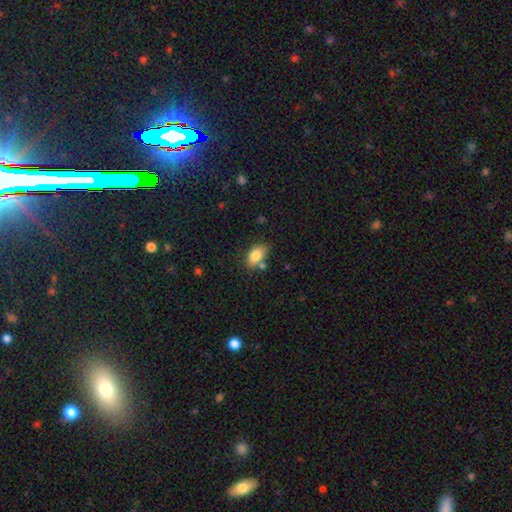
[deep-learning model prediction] This appears to be a smooth galaxy with no disk features (82%) that is in between round and cigar-shaped (89%). Merging: none (70%).